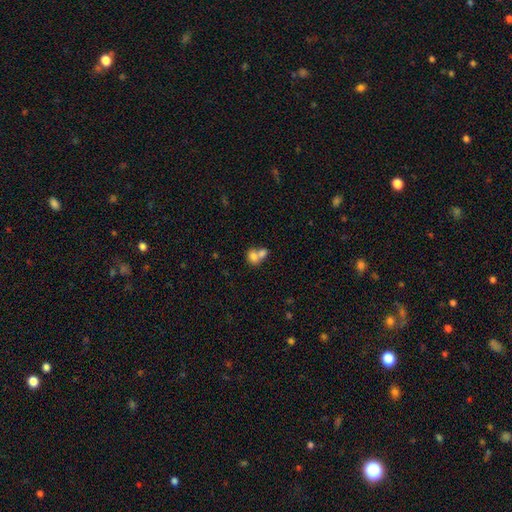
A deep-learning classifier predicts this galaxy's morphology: type=smooth (75%); roundness=in between (59%); merging=merger (71%).